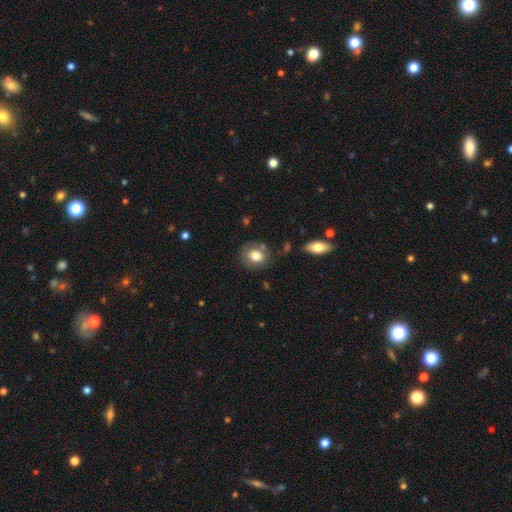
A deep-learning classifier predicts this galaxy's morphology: Overall: smooth (78%). How rounded: round (68%; in between 31%). Merging: none (76%).